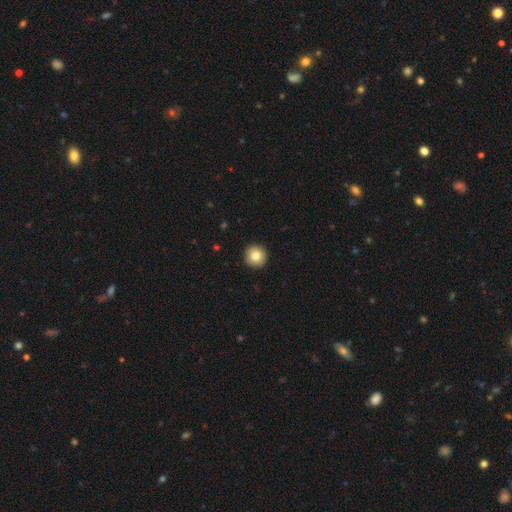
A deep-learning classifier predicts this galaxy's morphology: smooth-or-featured: smooth: 82% | featured or disk: 10% | star or artifact: 9%
  how-rounded: round: 96% | in between: 3% | cigar-shaped: 1%
  merging: none: 93% | minor disturbance: 5% | major disturbance: 1% | merger: 1%